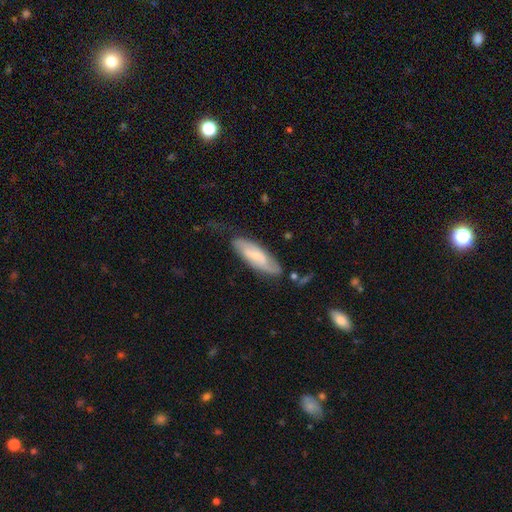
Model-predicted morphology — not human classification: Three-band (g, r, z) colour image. It shows a featured or disk galaxy (49%). Merging: none (64%).